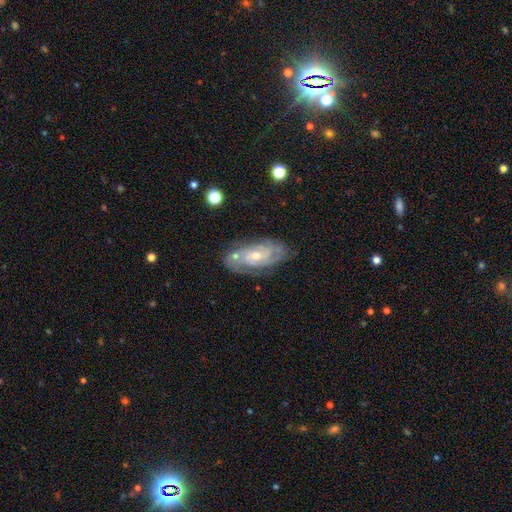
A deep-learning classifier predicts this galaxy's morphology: Smooth or featured? featured or disk (81%)
Edge-on disk? no (93%)
Bar? no (60%)
Spiral arms? yes (94%)
Spiral winding? tight (62%)
Spiral arm count? 2 (37%)
Bulge size? moderate (49%)
Merging? none (71%)